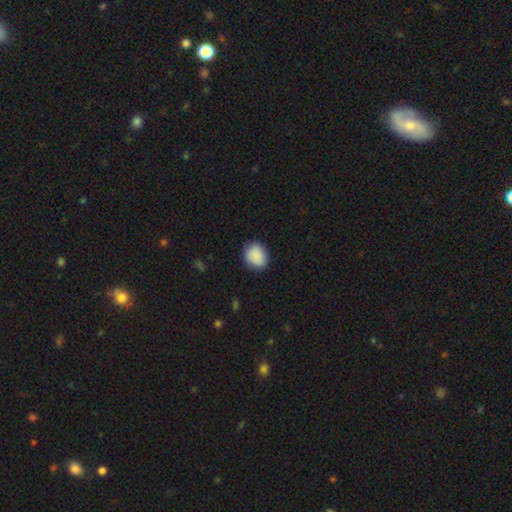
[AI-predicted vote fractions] smooth-or-featured: smooth: 89% | star or artifact: 7% | featured or disk: 4%
  how-rounded: round: 64% | in between: 35% | cigar-shaped: 1%
  merging: none: 83% | minor disturbance: 13% | major disturbance: 3% | merger: 1%